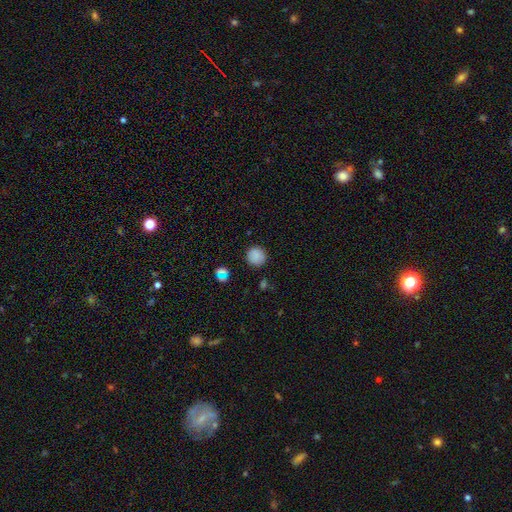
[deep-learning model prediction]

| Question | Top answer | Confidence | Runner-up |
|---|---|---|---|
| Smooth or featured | smooth | 84% | star or artifact (12%) |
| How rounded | round | 89% | in between (10%) |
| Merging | none | 86% | minor disturbance (9%) |